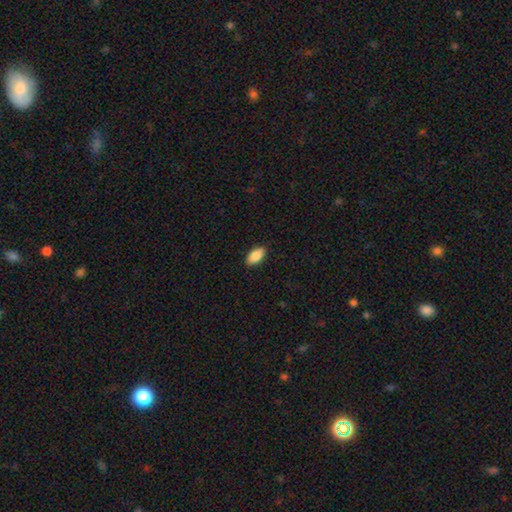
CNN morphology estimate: smooth 87%, featured or disk 7%, star or artifact 6%. Down the decision tree: how rounded — in between (92%); merging — none (89%).